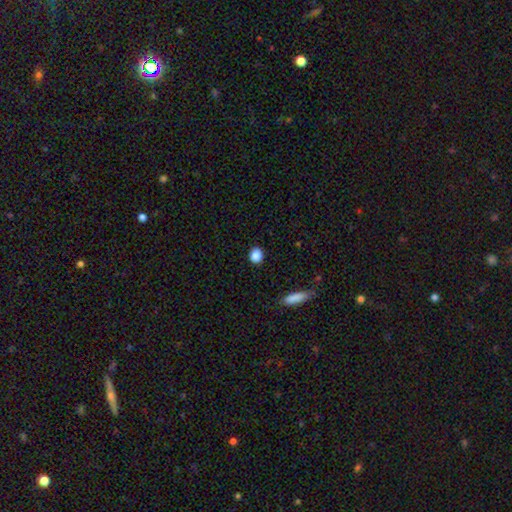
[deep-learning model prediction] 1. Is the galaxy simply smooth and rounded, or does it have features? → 88% smooth, 9% star or artifact, 4% featured or disk.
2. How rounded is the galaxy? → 68% round, 30% in between, 2% cigar-shaped.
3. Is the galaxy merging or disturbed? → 89% none, 7% minor disturbance, 2% major disturbance, 1% merger.